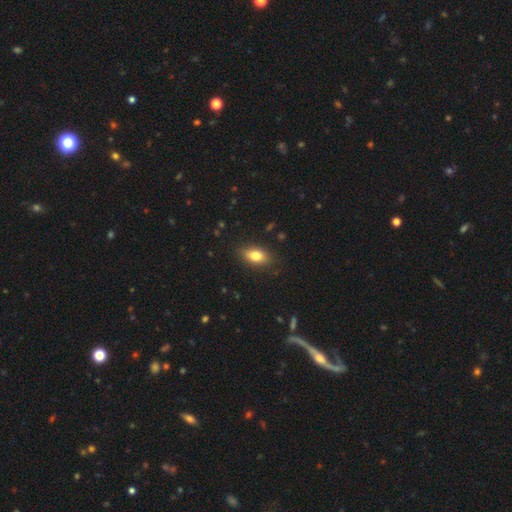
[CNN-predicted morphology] Smooth or featured? Predicted: smooth (p=0.80). How rounded? Predicted: in between (p=0.86). Merging? Predicted: none (p=0.85).